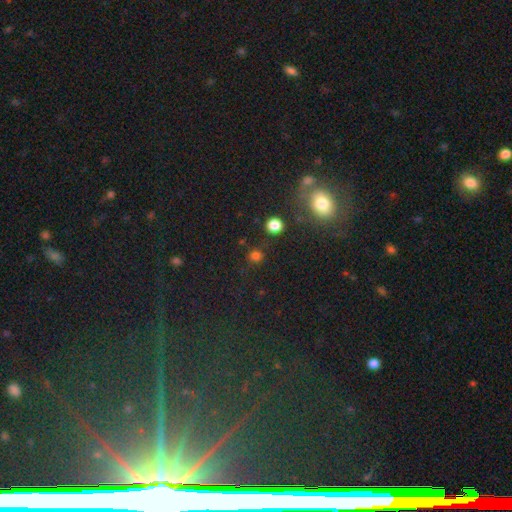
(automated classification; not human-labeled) Smooth or featured? smooth (74%)
How rounded? round (90%)
Merging? none (82%)